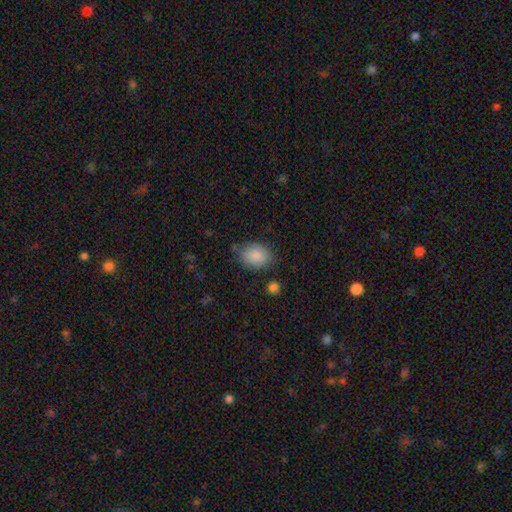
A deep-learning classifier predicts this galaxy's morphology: Smooth or featured?
  - smooth: 87% *
  - star or artifact: 7%
  - featured or disk: 6%
How rounded?
  - in between: 68% *
  - round: 31%
  - cigar-shaped: 1%
Merging?
  - none: 74% *
  - minor disturbance: 18%
  - major disturbance: 5%
  - merger: 3%